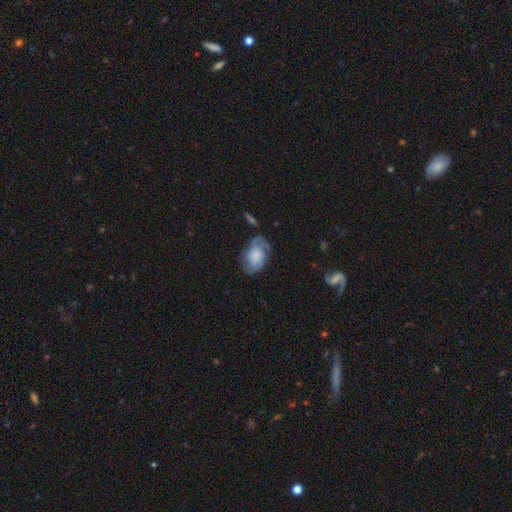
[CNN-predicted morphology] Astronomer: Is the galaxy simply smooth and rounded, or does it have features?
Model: featured or disk — 63%.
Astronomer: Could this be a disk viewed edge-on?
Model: no — 96%.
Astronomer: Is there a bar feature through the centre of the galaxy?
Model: no — 71%.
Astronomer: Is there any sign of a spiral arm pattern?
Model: yes — 90%.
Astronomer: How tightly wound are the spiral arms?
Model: medium — 42% (runner-up: tight, 41%).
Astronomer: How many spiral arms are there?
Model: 2 — 70%.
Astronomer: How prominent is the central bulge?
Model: small — 39% (runner-up: moderate, 21%).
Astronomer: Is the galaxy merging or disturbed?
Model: none — 60%.